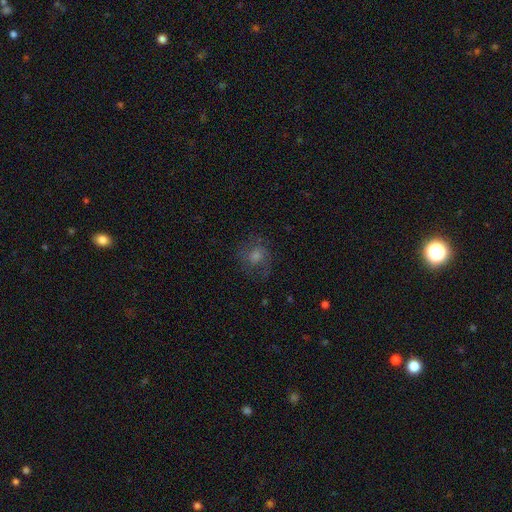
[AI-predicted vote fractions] Smooth or featured? smooth (44%)
Merging? none (73%)